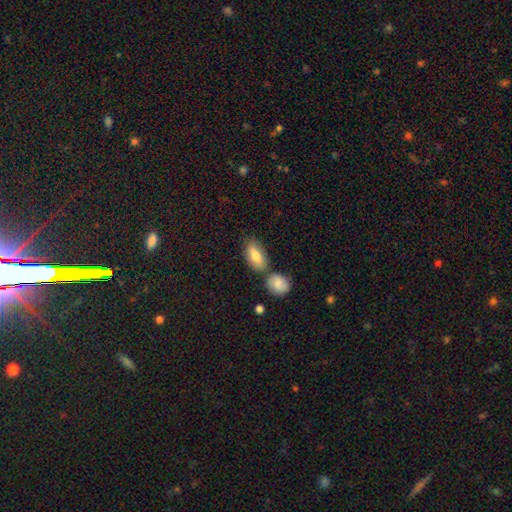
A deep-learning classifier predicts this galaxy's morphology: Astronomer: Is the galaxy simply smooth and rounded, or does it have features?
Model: smooth — 77%.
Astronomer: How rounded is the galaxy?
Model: in between — 86%.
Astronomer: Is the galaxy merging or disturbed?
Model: none — 62%.